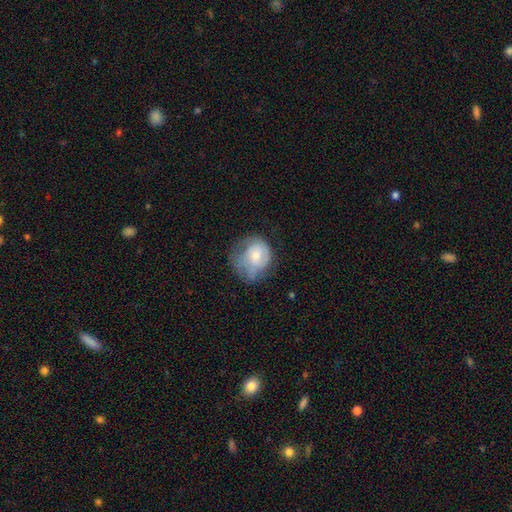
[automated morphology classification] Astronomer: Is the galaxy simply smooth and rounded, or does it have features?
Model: smooth — 50% (runner-up: featured or disk, 43%).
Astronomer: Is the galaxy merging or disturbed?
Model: none — 38% (runner-up: minor disturbance, 33%).